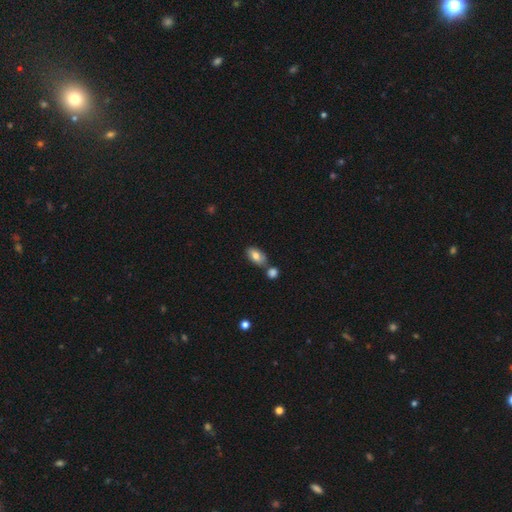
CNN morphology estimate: Smooth or featured: smooth — 76% (featured or disk — 16%)
How rounded: in between — 92% (round — 5%)
Merging: none — 68% (merger — 17%)